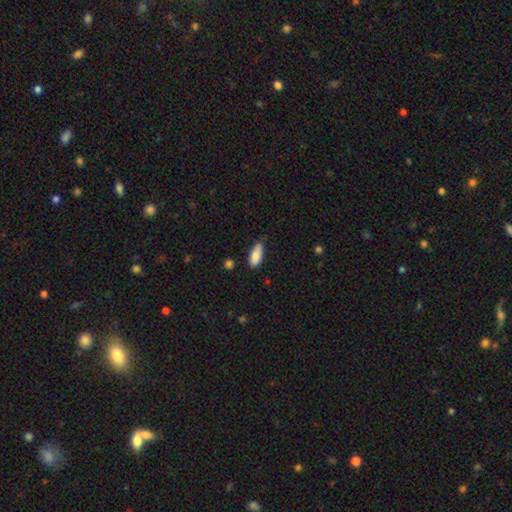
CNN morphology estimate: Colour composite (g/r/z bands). It shows a smooth galaxy with no disk features (87%) that is in between round and cigar-shaped (82%). Merging: none (76%).